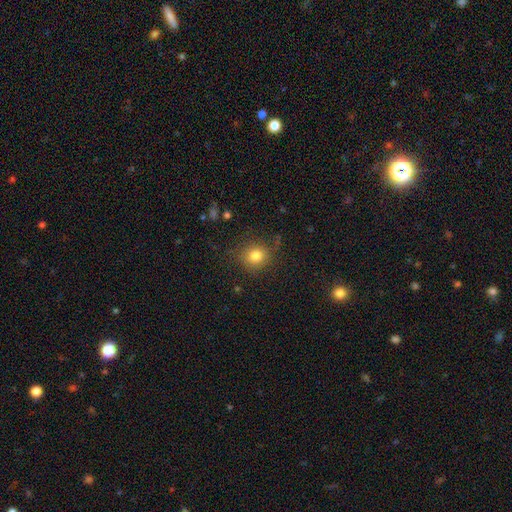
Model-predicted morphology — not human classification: A smooth galaxy with no disk features (81%) that is round (84%). Merging: none (81%).